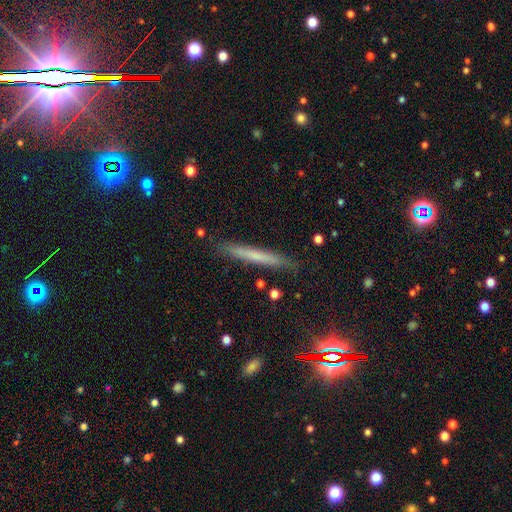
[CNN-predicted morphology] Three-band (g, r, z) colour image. It shows a smooth galaxy with no disk features (57%) that is cigar-shaped (96%). Merging: none (88%).